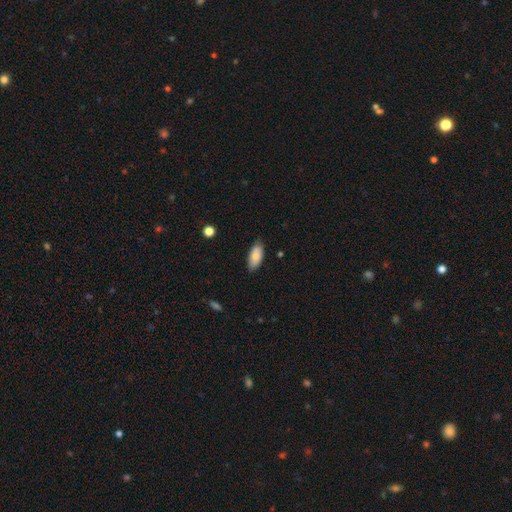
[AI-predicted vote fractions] Q: Smooth or featured?
A: smooth (76%); runner-up: featured or disk (17%)
Q: How rounded?
A: in between (88%); runner-up: cigar-shaped (10%)
Q: Merging?
A: none (81%); runner-up: minor disturbance (16%)